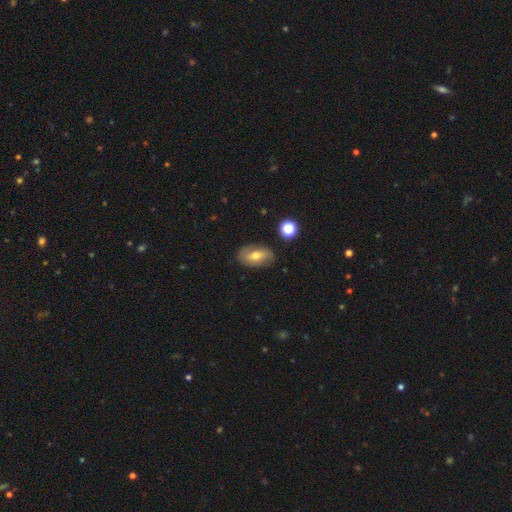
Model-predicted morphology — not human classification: A smooth galaxy with no disk features (56%) that is in between round and cigar-shaped (87%).

Vote fractions:
- Smooth or featured? smooth: 56% / featured or disk: 34% / star or artifact: 9%
- How rounded? in between: 87% / round: 11% / cigar-shaped: 2%
- Merging? none: 82% / minor disturbance: 13% / major disturbance: 3% / merger: 2%